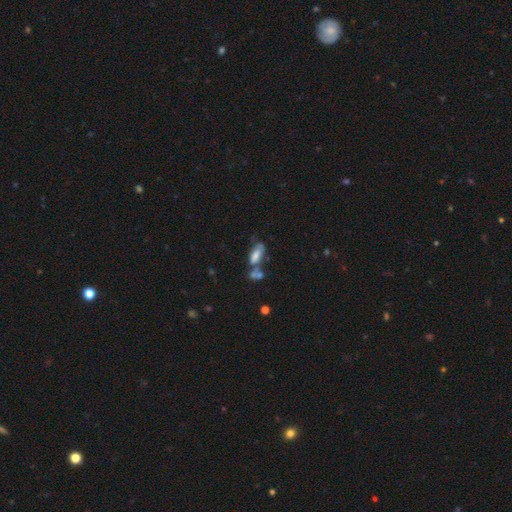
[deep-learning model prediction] Morphology: type=smooth (59%); roundness=in between (76%); merging=merger (39%).